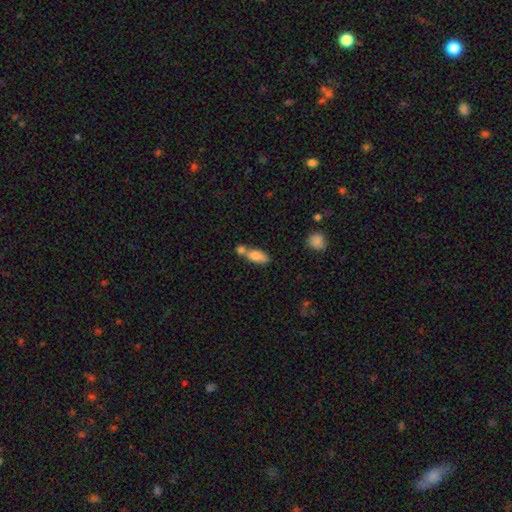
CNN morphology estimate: A smooth galaxy with no disk features (75%) that is in between round and cigar-shaped (73%).

Vote fractions:
- Smooth or featured? smooth: 75% / featured or disk: 17% / star or artifact: 8%
- How rounded? in between: 73% / cigar-shaped: 22% / round: 4%
- Merging? merger: 46% / none: 37% / minor disturbance: 12% / major disturbance: 5%